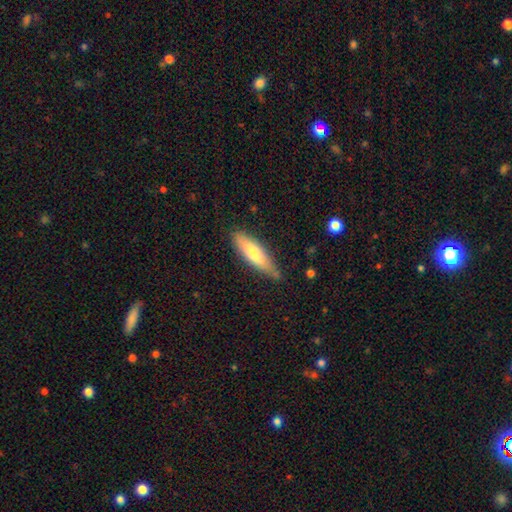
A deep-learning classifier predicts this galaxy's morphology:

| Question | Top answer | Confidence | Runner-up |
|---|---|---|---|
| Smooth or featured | smooth | 70% | featured or disk (24%) |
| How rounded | cigar-shaped | 60% | in between (39%) |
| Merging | none | 75% | minor disturbance (19%) |